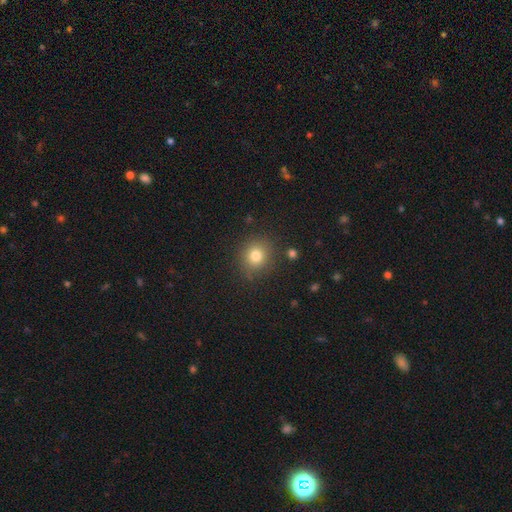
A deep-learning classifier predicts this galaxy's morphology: Smooth or featured? Predicted: smooth (p=0.78). How rounded? Predicted: round (p=0.83). Merging? Predicted: none (p=0.83).